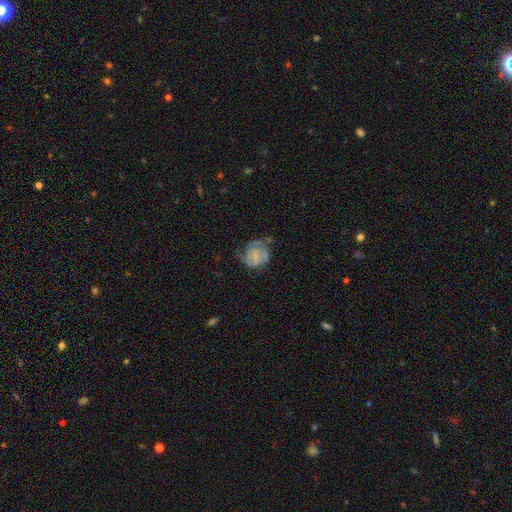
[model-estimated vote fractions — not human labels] A featured or disk galaxy (57%) with no bar (68%), spiral arms (77%) and a small central bulge (52%).

Vote fractions:
- Smooth or featured? featured or disk: 57% / smooth: 34% / star or artifact: 8%
- Edge-on disk? no: 98% / yes: 2%
- Bar? no: 68% / weak: 27% / strong: 5%
- Spiral arms? yes: 77% / no: 23%
- Bulge size? small: 52% / none: 29% / moderate: 16% / large: 2% / dominant: 1%
- Merging? none: 45% / minor disturbance: 29% / major disturbance: 23% / merger: 3%